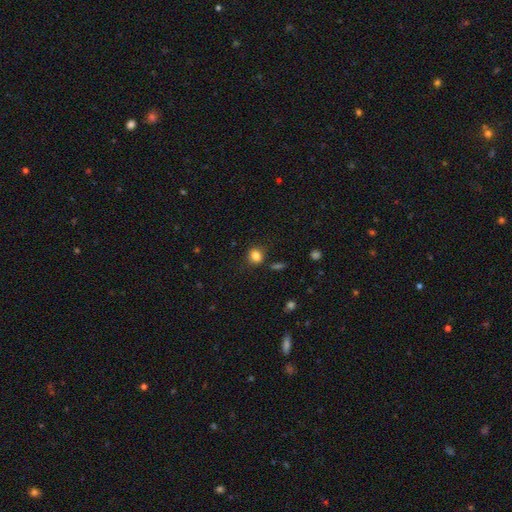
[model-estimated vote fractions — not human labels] The model was most divided on "how rounded": round: 63%, in between: 36%, cigar-shaped: 1%. More confident: smooth or featured — smooth (84%); merging — none (79%).